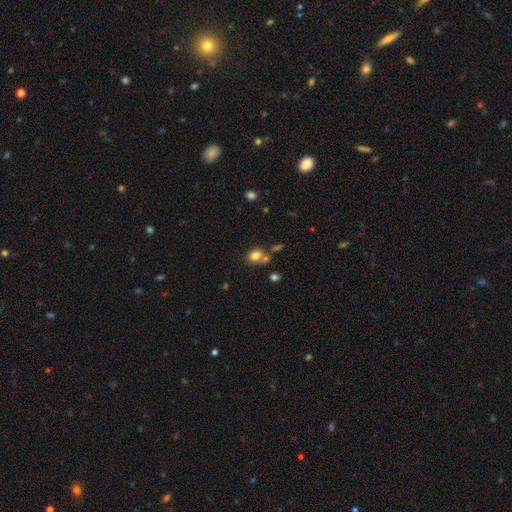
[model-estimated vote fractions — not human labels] This is likely a smooth galaxy (78%). How rounded: possibly in between (50%). Merging: possibly none (54%).